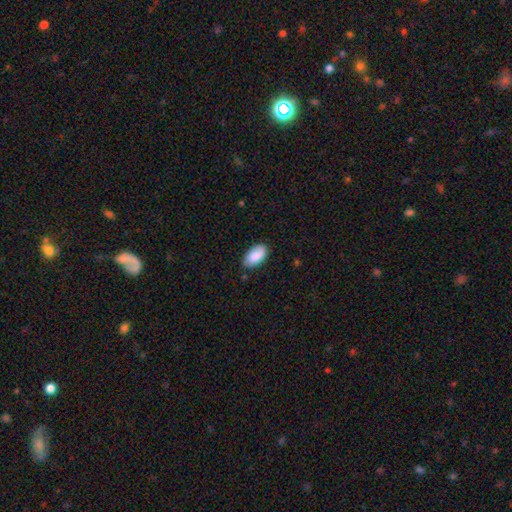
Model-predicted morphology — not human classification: smooth-or-featured: smooth: 87% | featured or disk: 7% | star or artifact: 6%
  how-rounded: in between: 95% | round: 3% | cigar-shaped: 2%
  merging: none: 82% | minor disturbance: 15% | major disturbance: 2% | merger: 1%